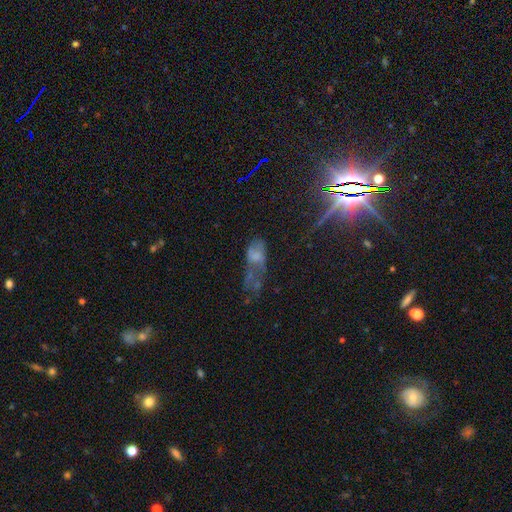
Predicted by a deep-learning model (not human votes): Smooth or featured? smooth (51%)
How rounded? in between (82%)
Merging? major disturbance (48%)